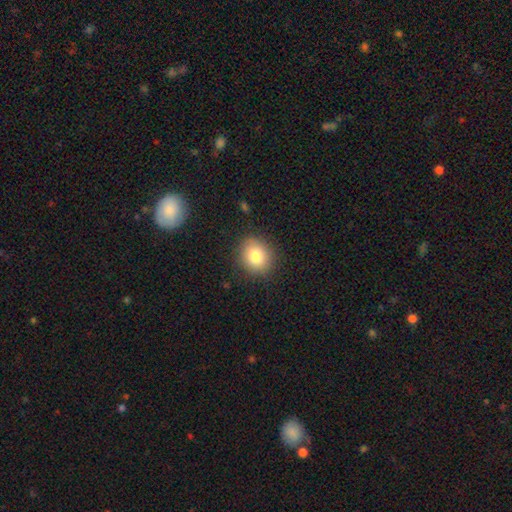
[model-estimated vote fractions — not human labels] Smooth or featured?
  - smooth: 81% *
  - star or artifact: 10%
  - featured or disk: 9%
How rounded?
  - round: 72% *
  - in between: 27%
  - cigar-shaped: 1%
Merging?
  - none: 87% *
  - minor disturbance: 9%
  - major disturbance: 3%
  - merger: 1%